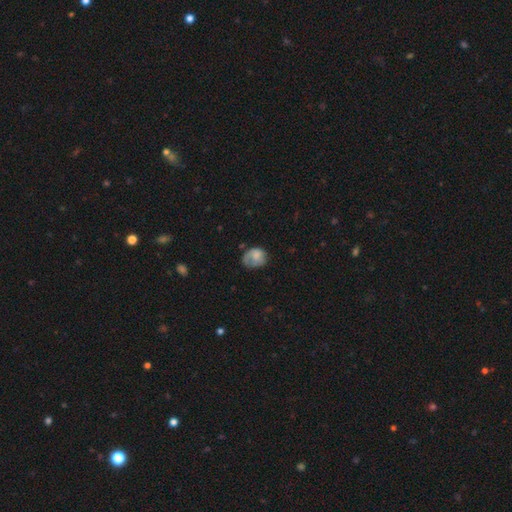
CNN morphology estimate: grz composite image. It shows a smooth galaxy with no disk features (69%) that is in between round and cigar-shaped (50%). Merging: none (41%).